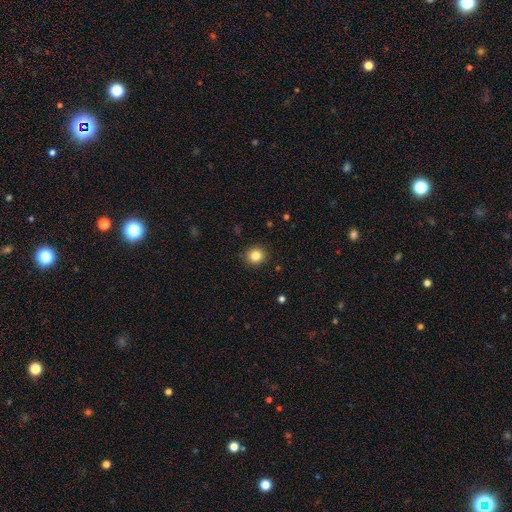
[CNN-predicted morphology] The model was most divided on "smooth or featured": smooth: 84%, star or artifact: 11%, featured or disk: 6%. More confident: merging — none (90%); how rounded — round (87%).